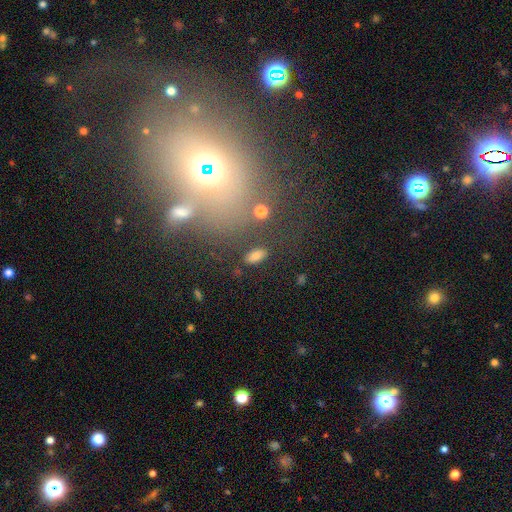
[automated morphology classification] A smooth galaxy with no disk features (81%) that is in between round and cigar-shaped (86%). Merging: none (83%).